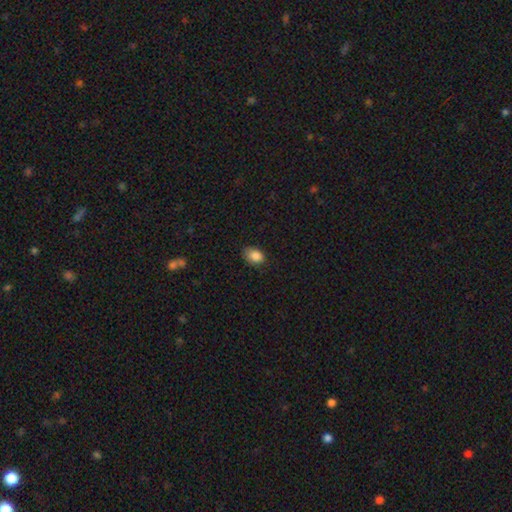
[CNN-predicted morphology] The model was most divided on "merging": none: 74%, minor disturbance: 21%, major disturbance: 4%, merger: 1%. More confident: smooth or featured — smooth (86%); how rounded — in between (78%).